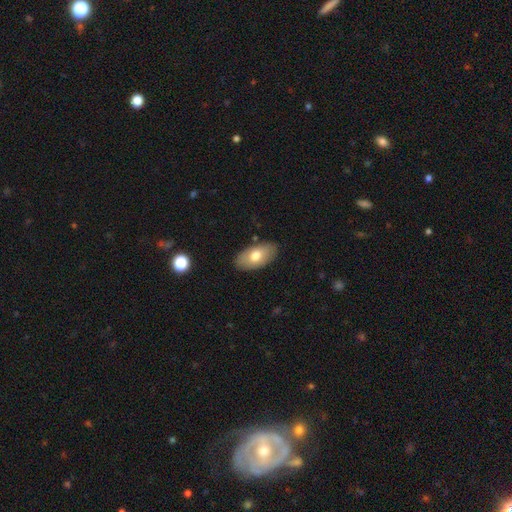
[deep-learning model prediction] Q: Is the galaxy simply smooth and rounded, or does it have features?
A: smooth — 72%.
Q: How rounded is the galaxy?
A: in between — 94%.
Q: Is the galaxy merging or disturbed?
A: none — 86%.